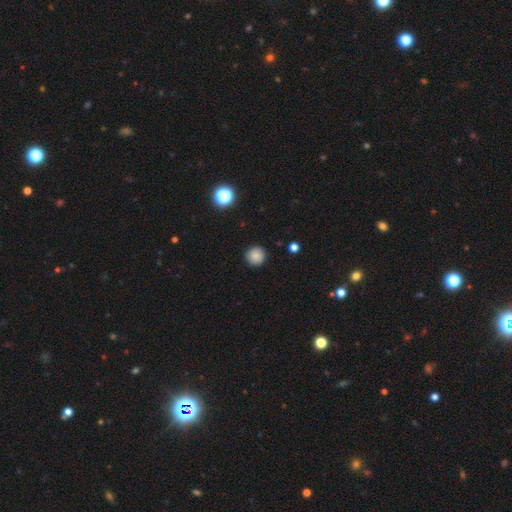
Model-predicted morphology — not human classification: A smooth galaxy with no disk features (85%) that is round (95%).

Vote fractions:
- Smooth or featured? smooth: 85% / star or artifact: 11% / featured or disk: 4%
- How rounded? round: 95% / in between: 4% / cigar-shaped: 1%
- Merging? none: 91% / minor disturbance: 6% / major disturbance: 2% / merger: 1%